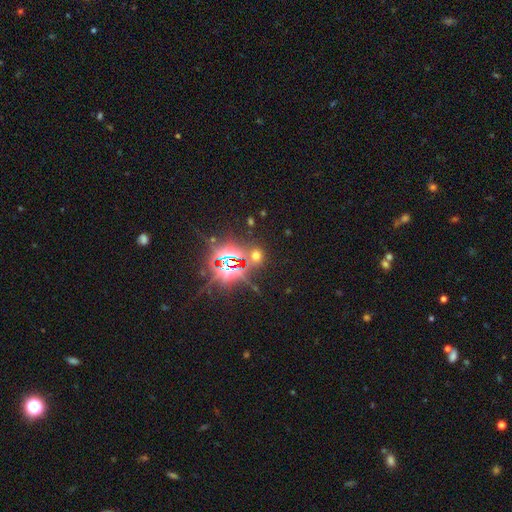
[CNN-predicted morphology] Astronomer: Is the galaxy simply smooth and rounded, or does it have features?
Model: star or artifact — 55% (runner-up: smooth, 37%).